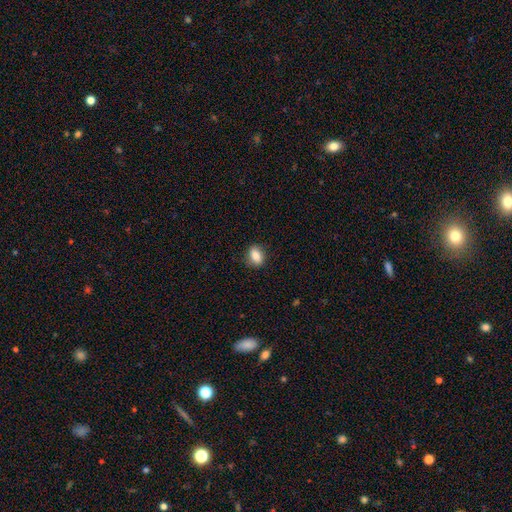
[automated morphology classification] A smooth galaxy with no disk features (84%) that is in between round and cigar-shaped (74%).

Vote fractions:
- Smooth or featured? smooth: 84% / featured or disk: 8% / star or artifact: 8%
- How rounded? in between: 74% / round: 23% / cigar-shaped: 3%
- Merging? none: 84% / minor disturbance: 13% / major disturbance: 3% / merger: 1%